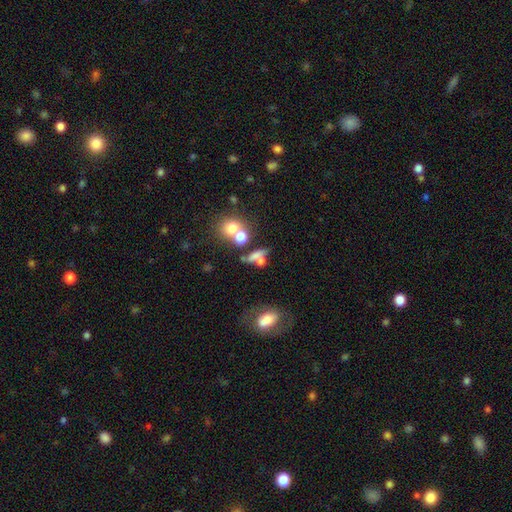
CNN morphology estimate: This appears to be a smooth galaxy with no disk features (56%) that is in between round and cigar-shaped (42%). Merging: merger (41%).